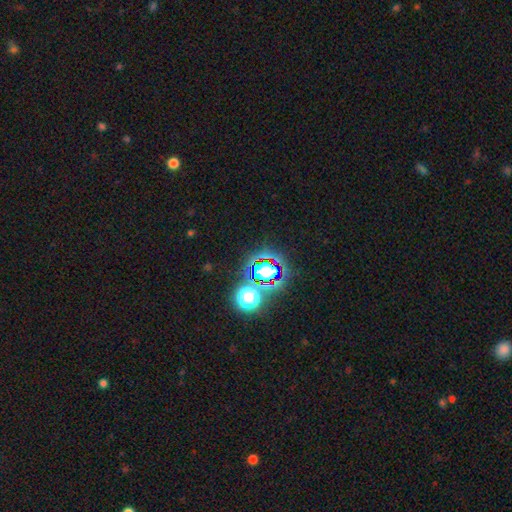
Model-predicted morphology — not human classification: Smooth or featured? Predicted: star or artifact (p=0.77).